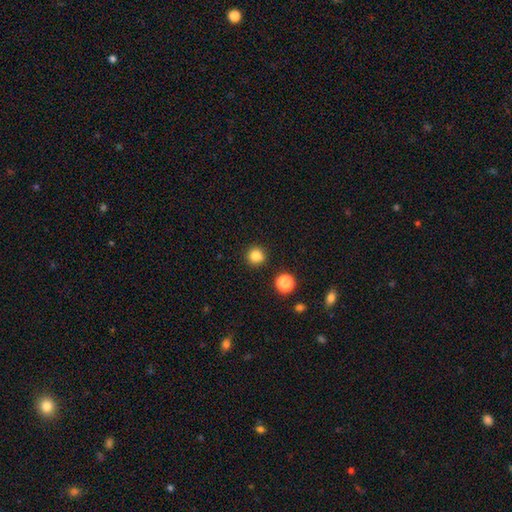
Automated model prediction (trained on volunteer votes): Smooth or featured? smooth (83%)
How rounded? round (93%)
Merging? none (88%)